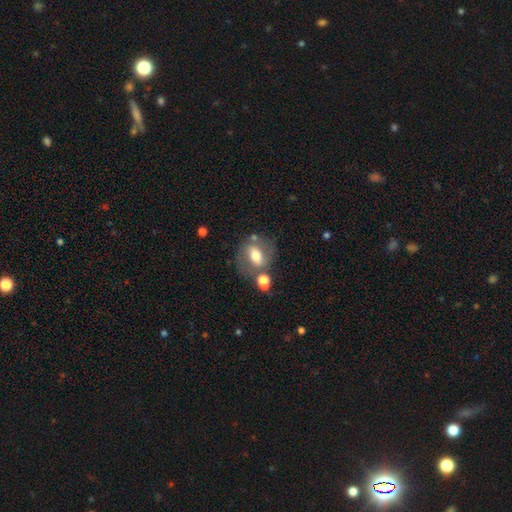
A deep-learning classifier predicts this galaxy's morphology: Overall: smooth (53%; featured or disk 39%). How rounded: in between (61%; round 37%). Merging: none (56%; merger 19%).